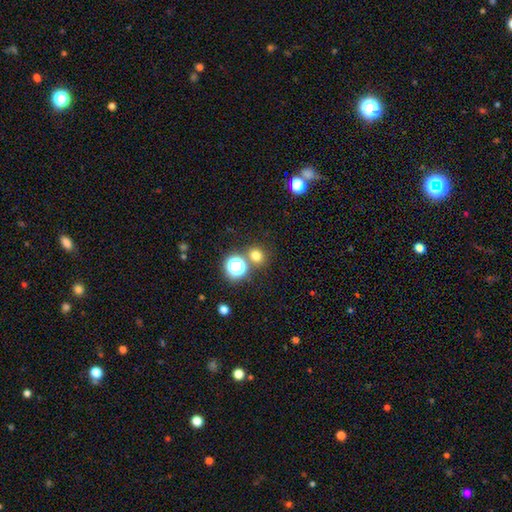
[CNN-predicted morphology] A smooth galaxy with no disk features (72%) that is round (83%). Merging: none (76%).